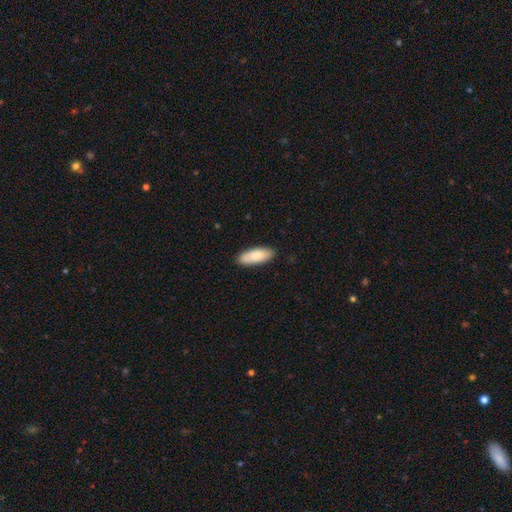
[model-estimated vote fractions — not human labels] smooth 85%, featured or disk 10%, star or artifact 5%. Down the decision tree: how rounded — in between (73%); merging — none (88%).